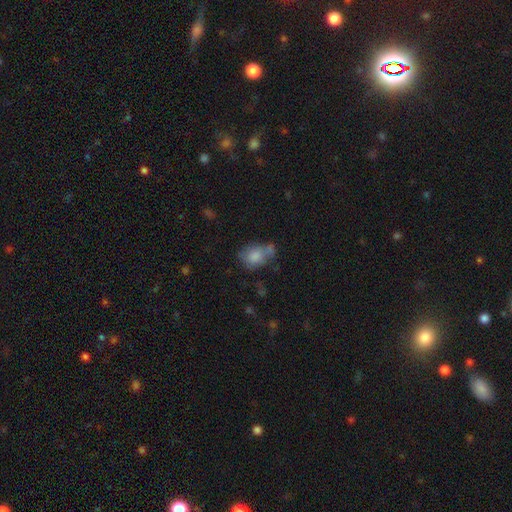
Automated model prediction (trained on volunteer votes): The model was most divided on "merging": none: 39%, minor disturbance: 25%, merger: 24%, major disturbance: 12%. More confident: smooth or featured — smooth (77%); how rounded — in between (60%).